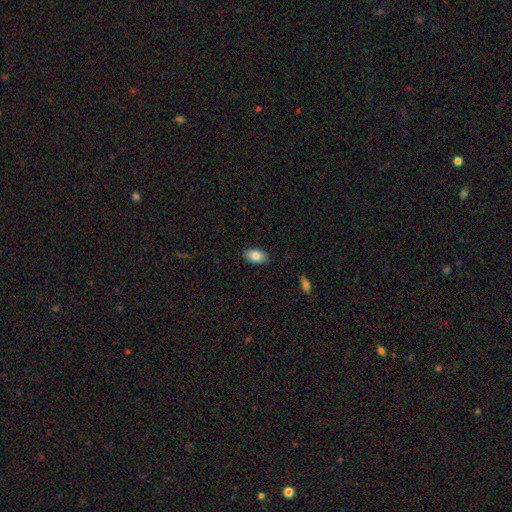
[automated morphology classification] type=smooth (85%); roundness=in between (93%); merging=none (87%).